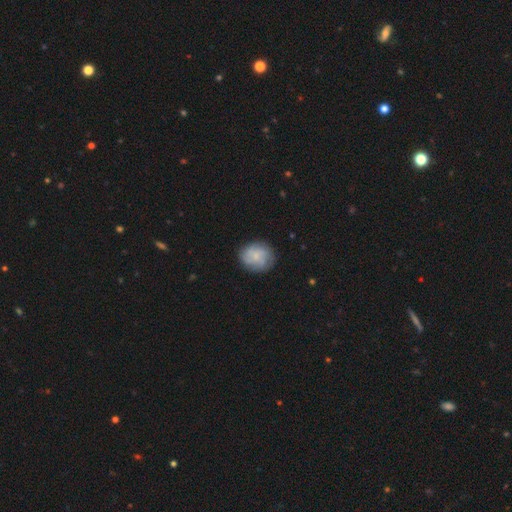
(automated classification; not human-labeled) The model was most divided on "smooth or featured": smooth: 59%, featured or disk: 34%, star or artifact: 7%. More confident: merging — none (76%); how rounded — round (69%).